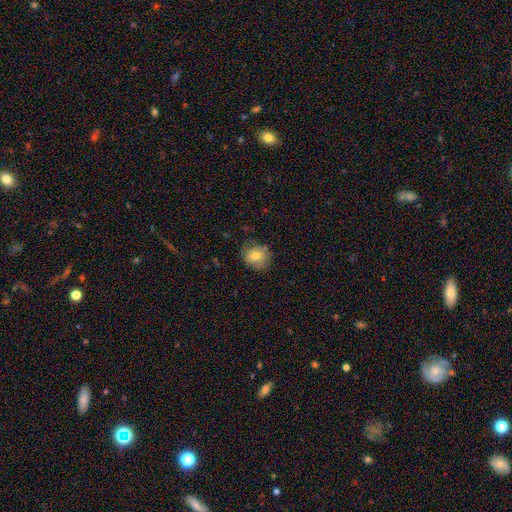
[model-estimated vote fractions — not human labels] Smooth or featured? smooth (76%)
How rounded? round (74%)
Merging? none (74%)